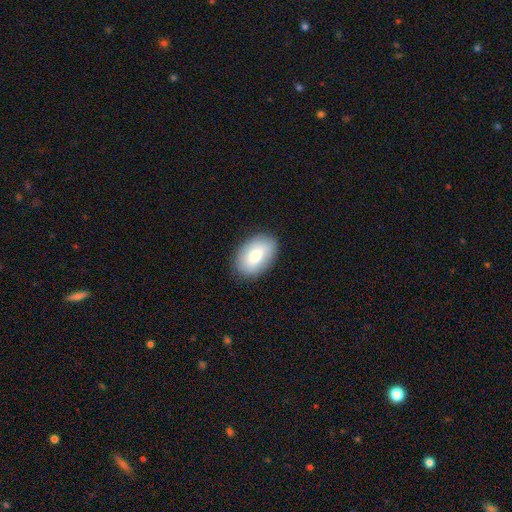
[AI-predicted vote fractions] This is likely a smooth galaxy (75%). How rounded: clearly in between (89%). Merging: clearly none (87%).